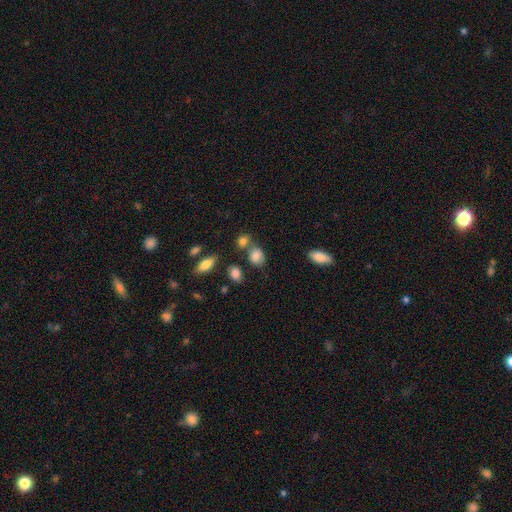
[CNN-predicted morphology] A smooth galaxy with no disk features (80%) that is in between round and cigar-shaped (61%).

Vote fractions:
- Smooth or featured? smooth: 80% / star or artifact: 10% / featured or disk: 10%
- How rounded? in between: 61% / round: 37% / cigar-shaped: 2%
- Merging? none: 62% / minor disturbance: 17% / merger: 16% / major disturbance: 5%